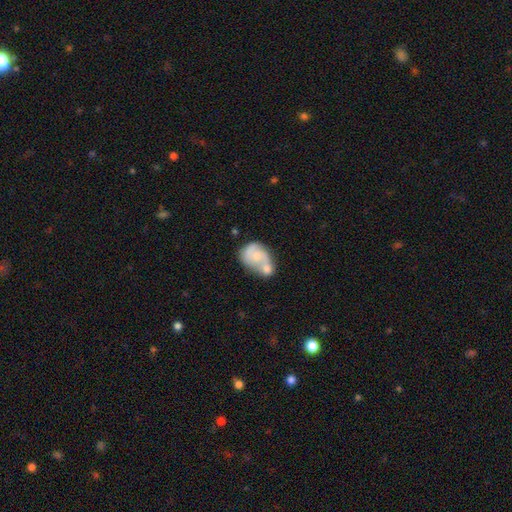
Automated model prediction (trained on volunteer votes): Q: Smooth or featured?
A: featured or disk (47%); runner-up: smooth (46%)
Q: Merging?
A: merger (58%); runner-up: none (19%)